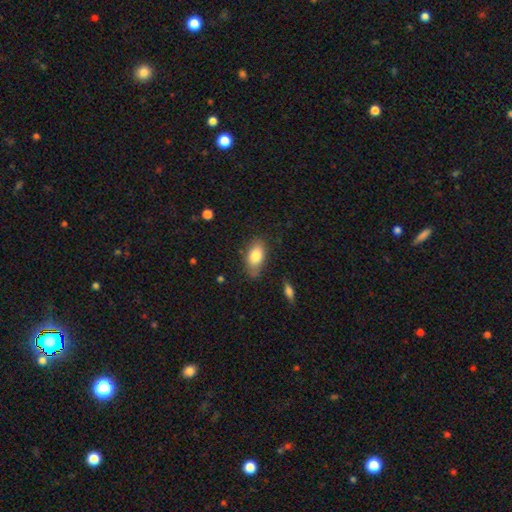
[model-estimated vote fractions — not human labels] A smooth galaxy with no disk features (81%) that is in between round and cigar-shaped (90%). Merging: none (73%).